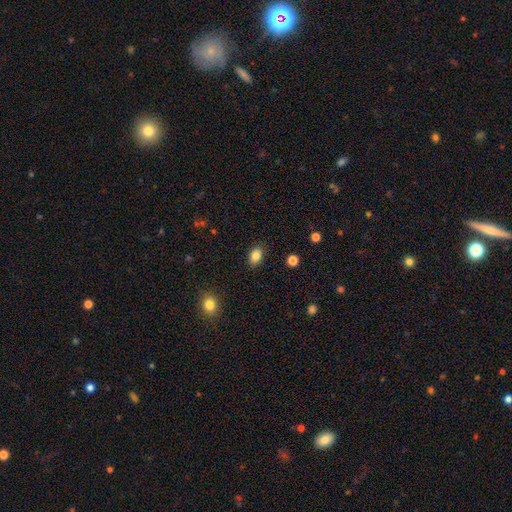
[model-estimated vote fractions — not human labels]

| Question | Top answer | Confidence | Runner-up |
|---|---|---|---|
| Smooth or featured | smooth | 84% | star or artifact (9%) |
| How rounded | in between | 83% | round (15%) |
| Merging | none | 87% | minor disturbance (9%) |